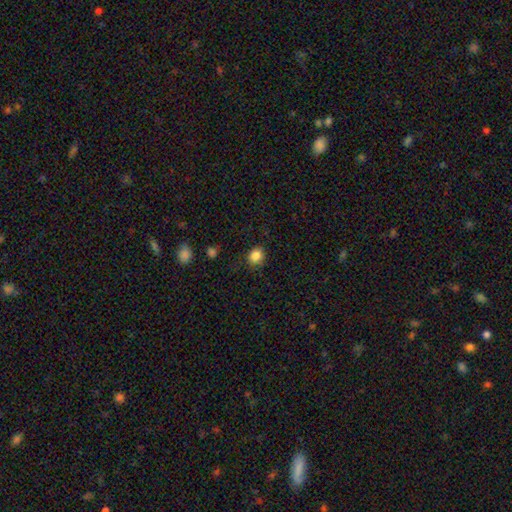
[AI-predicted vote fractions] This appears to be a smooth galaxy with no disk features (85%) that is round (68%). Merging: none (78%).